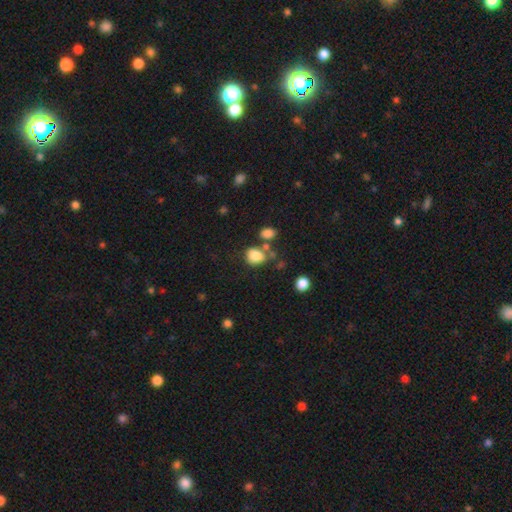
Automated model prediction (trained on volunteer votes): A smooth galaxy with no disk features (82%) that is round (57%).

Vote fractions:
- Smooth or featured? smooth: 82% / star or artifact: 11% / featured or disk: 7%
- How rounded? round: 57% / in between: 41% / cigar-shaped: 1%
- Merging? none: 53% / merger: 22% / minor disturbance: 17% / major disturbance: 8%